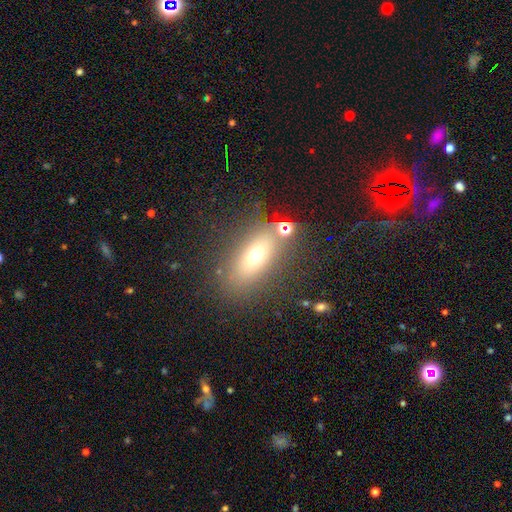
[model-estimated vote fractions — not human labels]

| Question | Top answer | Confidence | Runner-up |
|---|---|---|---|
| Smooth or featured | smooth | 62% | featured or disk (24%) |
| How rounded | in between | 72% | cigar-shaped (19%) |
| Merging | none | 75% | minor disturbance (12%) |